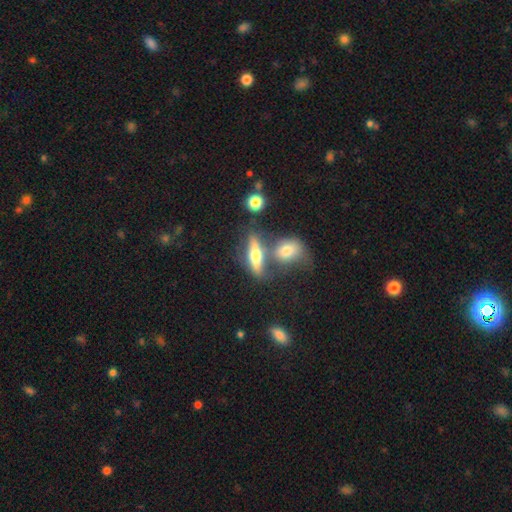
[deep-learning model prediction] Q: Smooth or featured?
A: smooth (51%); runner-up: featured or disk (41%)
Q: How rounded?
A: cigar-shaped (48%); runner-up: in between (44%)
Q: Merging?
A: none (51%); runner-up: merger (32%)